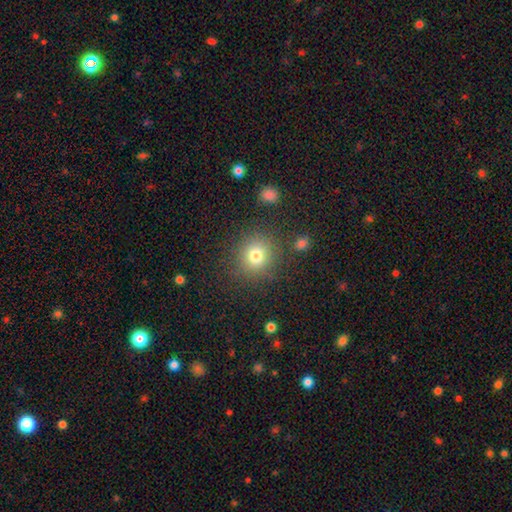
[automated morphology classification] smooth 78%, star or artifact 14%, featured or disk 8%. Down the decision tree: how rounded — round (87%); merging — none (85%).